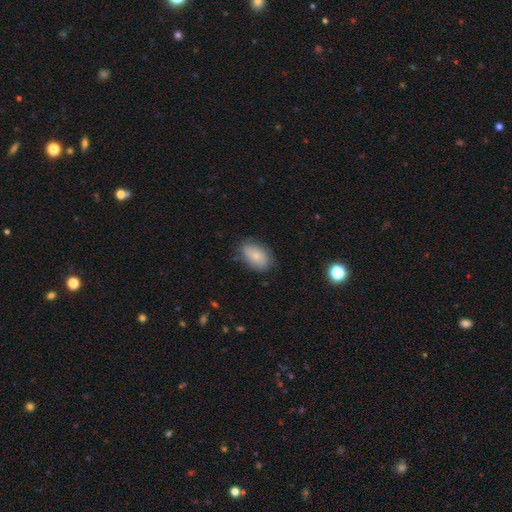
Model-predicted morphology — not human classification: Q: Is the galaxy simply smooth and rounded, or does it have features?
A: smooth — 79%.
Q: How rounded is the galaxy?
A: in between — 90%.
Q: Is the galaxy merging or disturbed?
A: none — 73%.